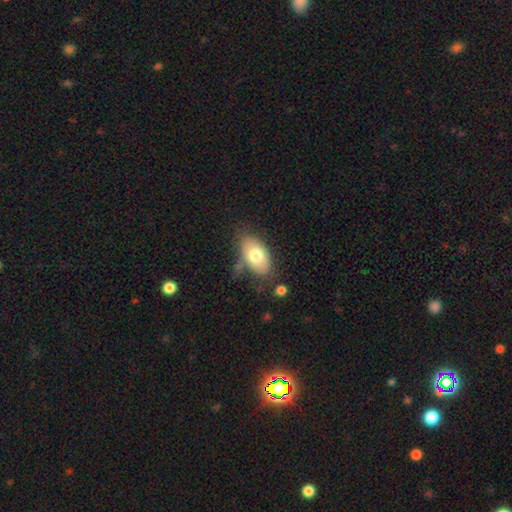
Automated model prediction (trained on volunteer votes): smooth 71%, featured or disk 22%, star or artifact 7%. Down the decision tree: how rounded — in between (92%); merging — none (62%).